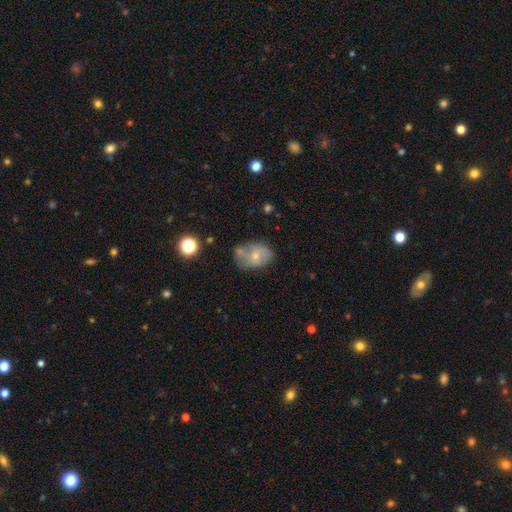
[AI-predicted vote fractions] smooth-or-featured: smooth: 48% | featured or disk: 43% | star or artifact: 9%
  merging: none: 50% | minor disturbance: 26% | merger: 13% | major disturbance: 10%